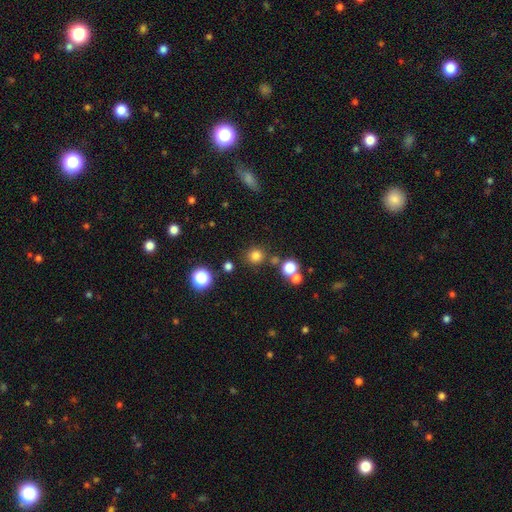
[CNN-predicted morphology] smooth_or_featured: smooth (p=0.77) [alt: star or artifact p=0.17]
how_rounded: round (p=0.92) [alt: in between p=0.07]
merging: none (p=0.81) [alt: minor disturbance p=0.08]